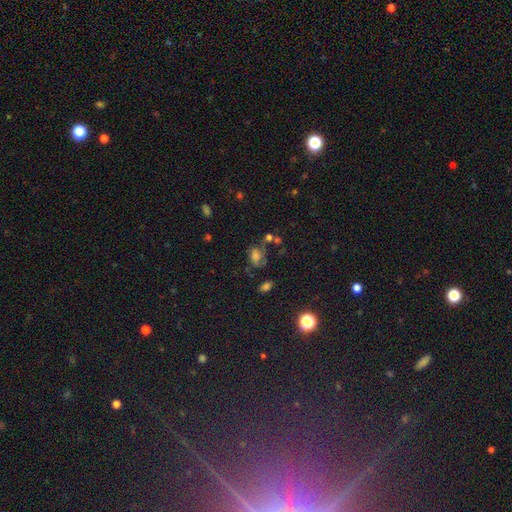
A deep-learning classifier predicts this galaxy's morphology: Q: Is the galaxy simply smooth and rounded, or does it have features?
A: smooth — 51%.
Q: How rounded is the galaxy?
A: in between — 71%.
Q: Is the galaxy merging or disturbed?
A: none — 41%.